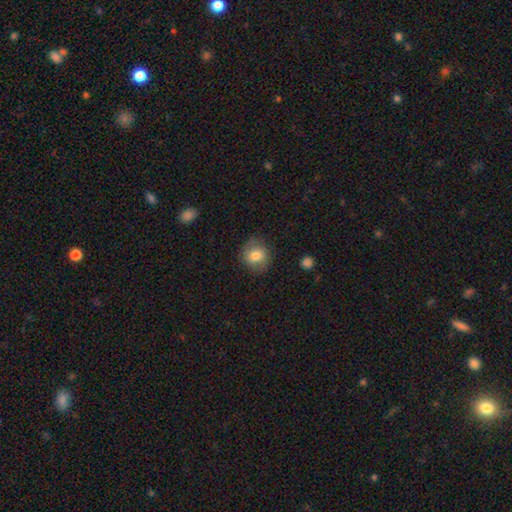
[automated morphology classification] Smooth or featured? Predicted: smooth (p=0.74). How rounded? Predicted: round (p=0.81). Merging? Predicted: none (p=0.80).